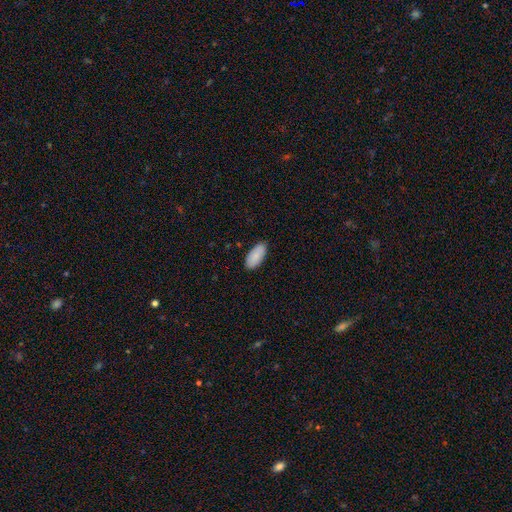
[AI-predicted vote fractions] Smooth or featured? Predicted: smooth (p=0.87). How rounded? Predicted: in between (p=0.93). Merging? Predicted: none (p=0.88).